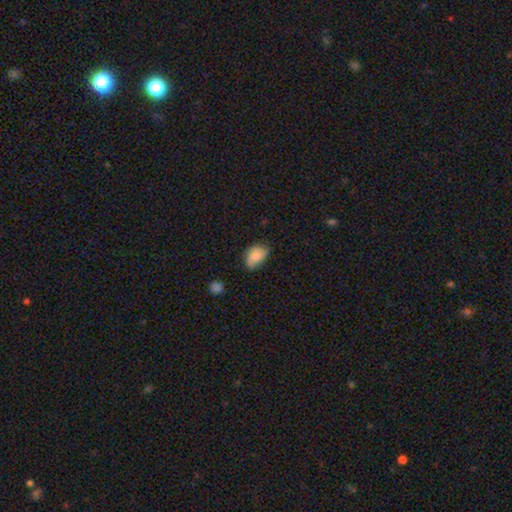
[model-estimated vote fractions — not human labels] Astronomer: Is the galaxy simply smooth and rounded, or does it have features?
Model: smooth — 76%.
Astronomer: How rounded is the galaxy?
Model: in between — 84%.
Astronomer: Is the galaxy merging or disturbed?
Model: none — 51% (runner-up: minor disturbance, 38%).